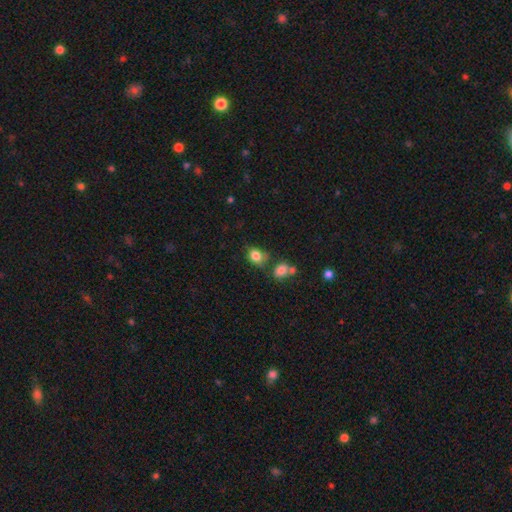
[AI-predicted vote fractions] Smooth or featured?
  - smooth: 82% *
  - star or artifact: 11%
  - featured or disk: 8%
How rounded?
  - in between: 50% *
  - round: 49%
  - cigar-shaped: 1%
Merging?
  - none: 57% *
  - minor disturbance: 22%
  - merger: 14%
  - major disturbance: 7%